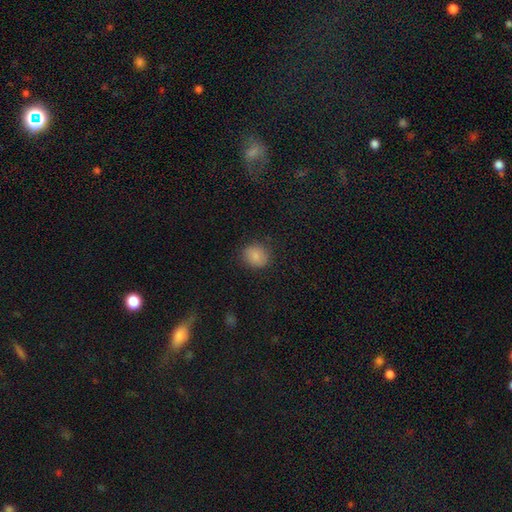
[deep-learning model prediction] Smooth or featured? smooth (86%)
How rounded? round (77%)
Merging? none (84%)